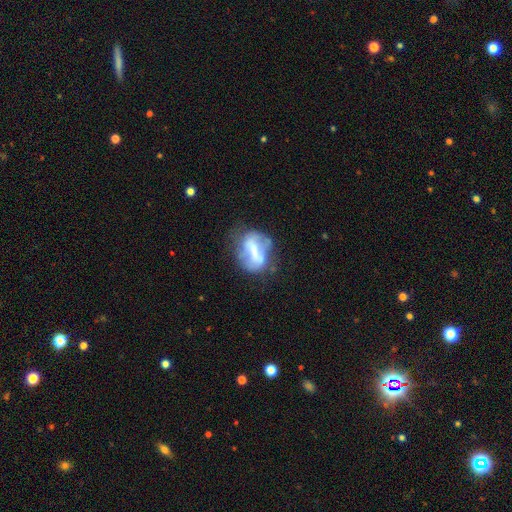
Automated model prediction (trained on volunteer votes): Q: Smooth or featured?
A: featured or disk (53%); runner-up: smooth (38%)
Q: Edge-on disk?
A: no (95%); runner-up: yes (5%)
Q: Bar?
A: strong (42%); runner-up: weak (29%)
Q: Spiral arms?
A: no (71%); runner-up: yes (29%)
Q: Bulge size?
A: none (37%); runner-up: small (26%)
Q: Merging?
A: none (41%); runner-up: minor disturbance (27%)